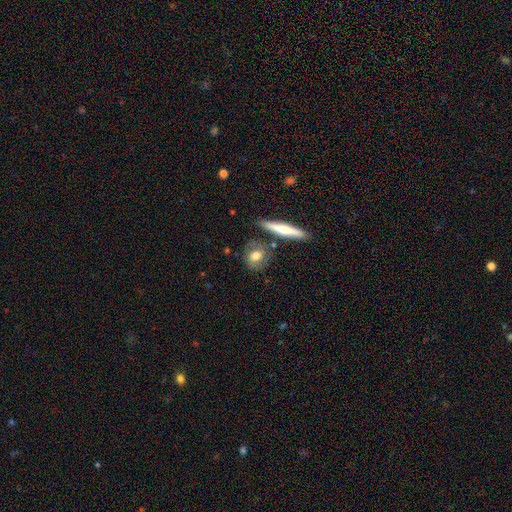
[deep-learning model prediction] Smooth or featured? Predicted: smooth (p=0.53). How rounded? Predicted: round (p=0.46). Merging? Predicted: none (p=0.71).